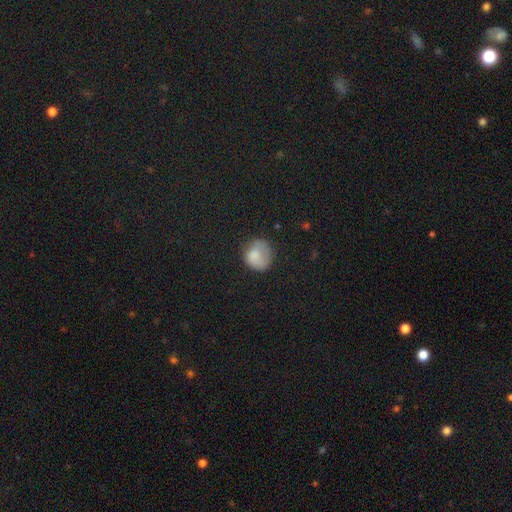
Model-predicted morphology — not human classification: The model was most divided on "merging": none: 52%, minor disturbance: 29%, major disturbance: 16%, merger: 2%. More confident: how rounded — round (79%); smooth or featured — smooth (77%).